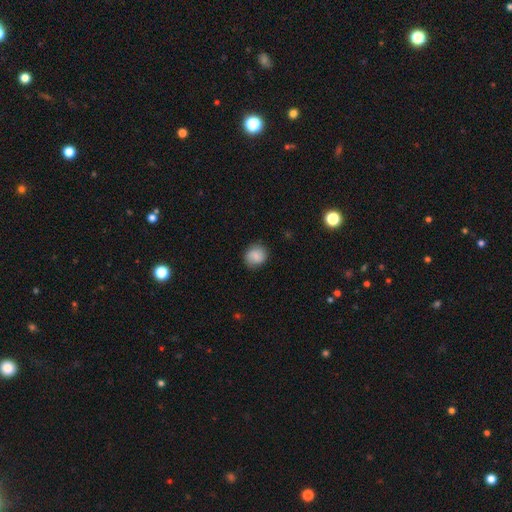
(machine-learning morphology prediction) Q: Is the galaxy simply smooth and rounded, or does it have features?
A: smooth — 79%.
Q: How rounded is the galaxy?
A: round — 82%.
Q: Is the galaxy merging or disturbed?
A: none — 83%.